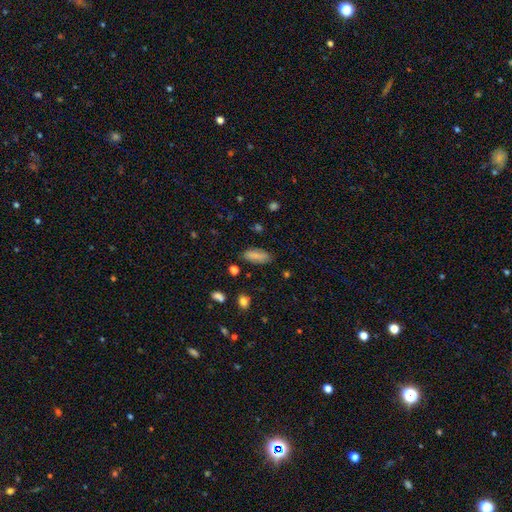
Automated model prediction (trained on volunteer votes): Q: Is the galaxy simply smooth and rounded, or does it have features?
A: smooth — 84%.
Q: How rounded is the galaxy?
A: in between — 77%.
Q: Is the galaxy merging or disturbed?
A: none — 81%.